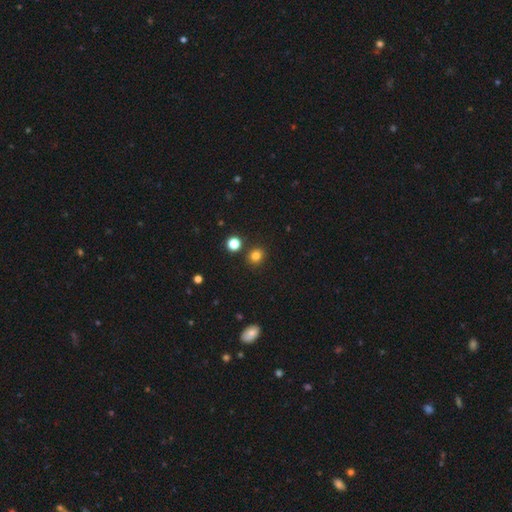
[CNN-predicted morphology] A smooth galaxy with no disk features (80%) that is round (83%).

Vote fractions:
- Smooth or featured? smooth: 80% / star or artifact: 15% / featured or disk: 5%
- How rounded? round: 83% / in between: 16% / cigar-shaped: 1%
- Merging? none: 87% / minor disturbance: 7% / merger: 5% / major disturbance: 2%